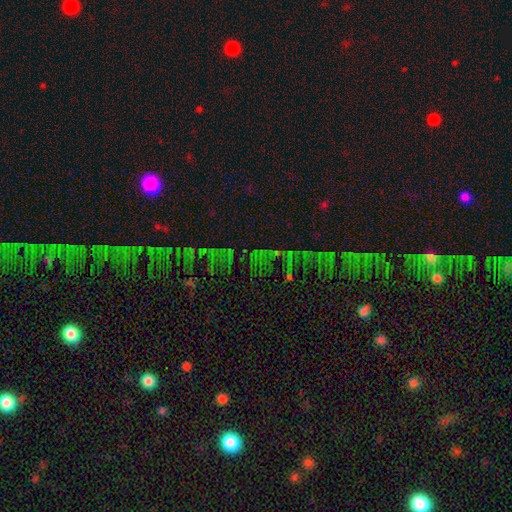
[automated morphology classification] The model was most divided on "smooth or featured": star or artifact: 75%, smooth: 14%, featured or disk: 11%.